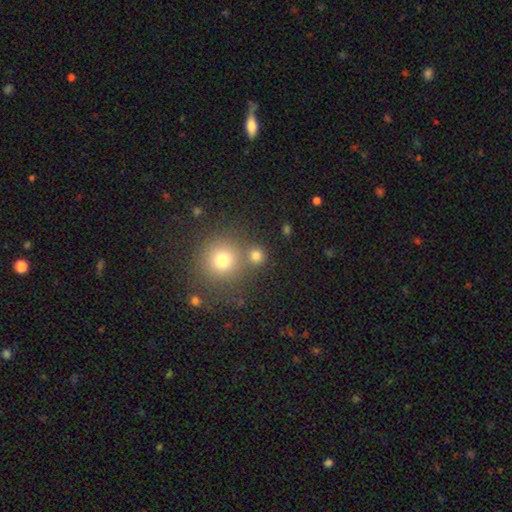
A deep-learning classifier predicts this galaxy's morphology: This appears to be a smooth galaxy with no disk features (78%) that is round (90%). Merging: none (70%).